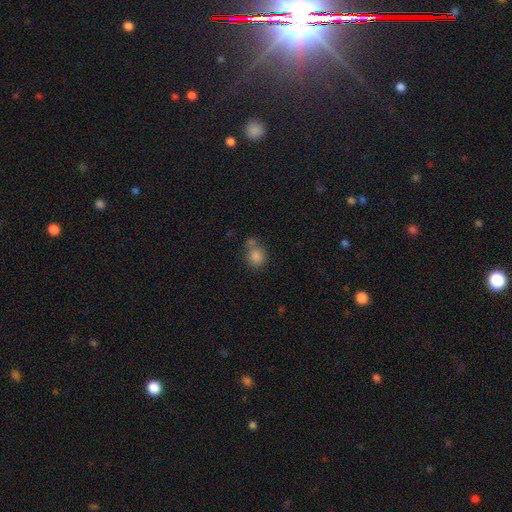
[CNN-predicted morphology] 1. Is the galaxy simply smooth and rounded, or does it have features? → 82% smooth, 11% star or artifact, 7% featured or disk.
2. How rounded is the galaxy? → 84% round, 15% in between, 1% cigar-shaped.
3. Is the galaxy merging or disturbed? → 54% none, 30% merger, 11% minor disturbance, 4% major disturbance.